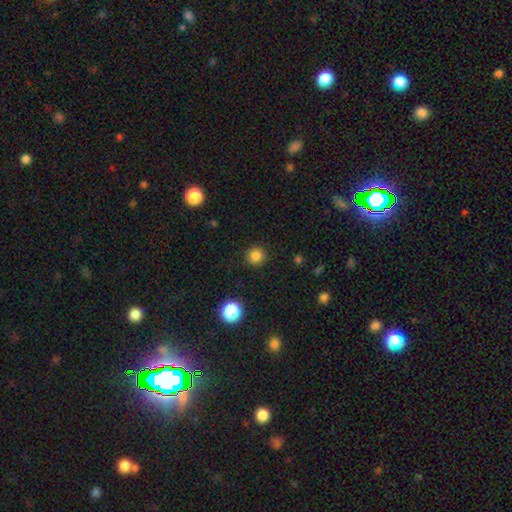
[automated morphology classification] This is clearly a smooth galaxy (83%). How rounded: clearly round (94%). Merging: clearly none (91%).